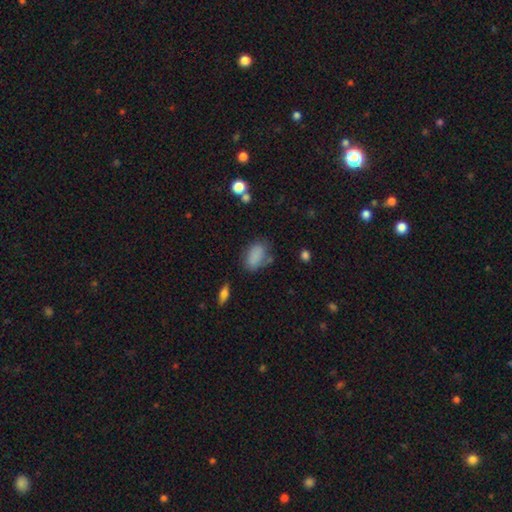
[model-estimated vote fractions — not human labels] Smooth or featured? Predicted: smooth (p=0.83). How rounded? Predicted: in between (p=0.88). Merging? Predicted: none (p=0.61).